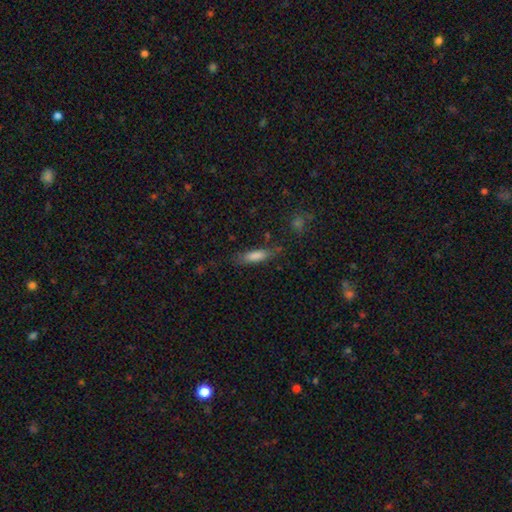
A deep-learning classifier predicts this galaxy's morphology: This appears to be a smooth galaxy with no disk features (80%) that is cigar-shaped (52%). Merging: none (70%).